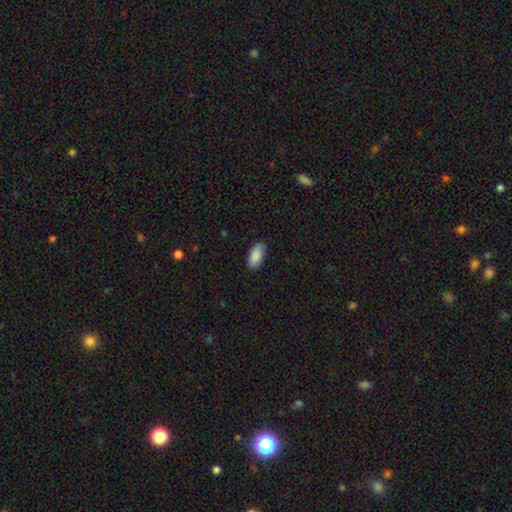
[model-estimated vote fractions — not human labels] Overall: smooth (89%). How rounded: in between (90%). Merging: none (85%).